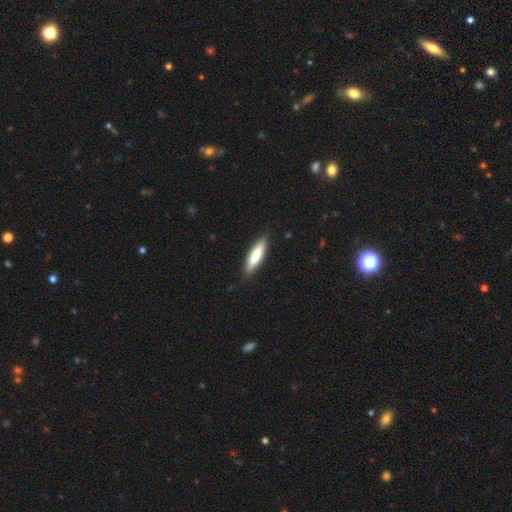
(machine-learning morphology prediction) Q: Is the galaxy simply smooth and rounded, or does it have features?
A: smooth — 76%.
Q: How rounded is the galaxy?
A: cigar-shaped — 71%.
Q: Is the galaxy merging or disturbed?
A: none — 86%.